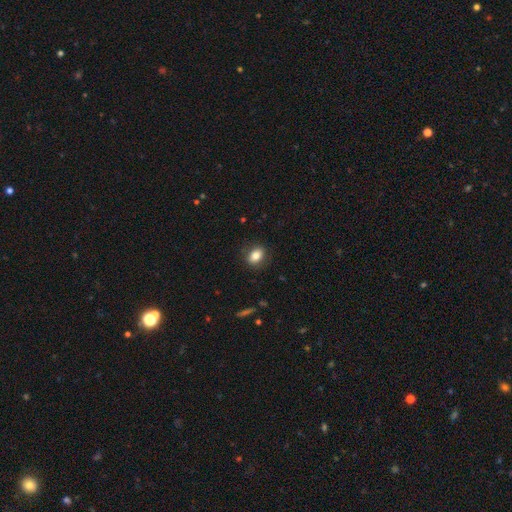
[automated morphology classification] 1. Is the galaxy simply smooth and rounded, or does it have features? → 81% smooth, 10% featured or disk, 9% star or artifact.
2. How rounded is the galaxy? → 65% in between, 33% round, 2% cigar-shaped.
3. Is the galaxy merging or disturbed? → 85% none, 11% minor disturbance, 3% major disturbance, 1% merger.